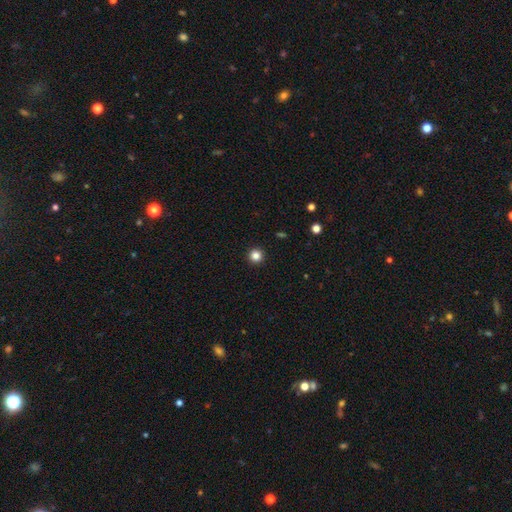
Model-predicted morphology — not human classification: smooth 84%, star or artifact 12%, featured or disk 4%. Down the decision tree: how rounded — round (96%); merging — none (94%).